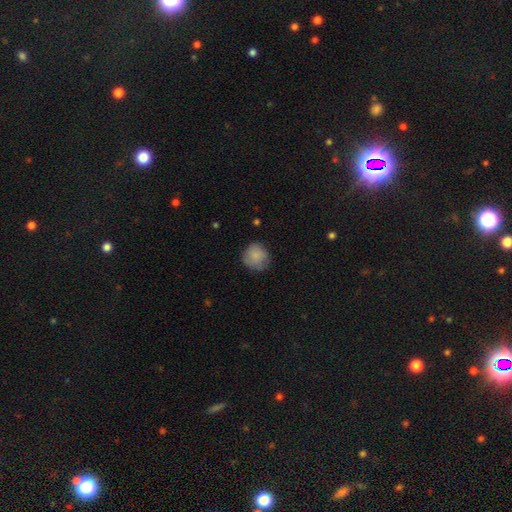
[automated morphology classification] smooth_or_featured: smooth (p=0.82) [alt: featured or disk p=0.11]
how_rounded: round (p=0.88) [alt: in between p=0.11]
merging: none (p=0.73) [alt: minor disturbance p=0.21]